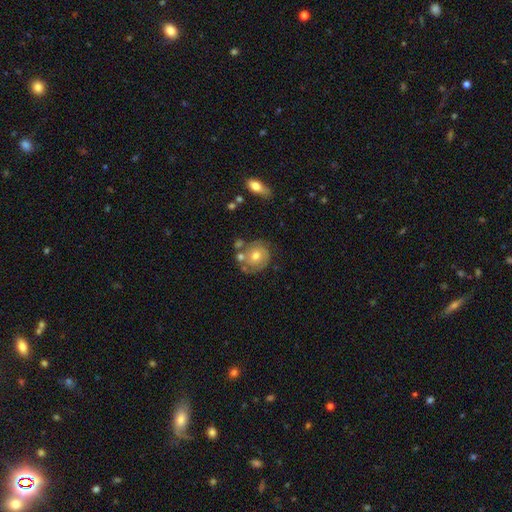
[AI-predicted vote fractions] This appears to be a featured or disk galaxy (56%) with no bar (85%), spiral arms (66%) and a moderate central bulge (73%). Merging: none (56%).